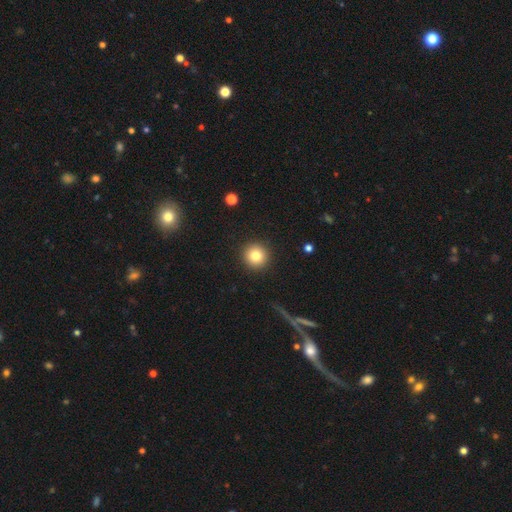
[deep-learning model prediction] smooth-or-featured: smooth: 82% | star or artifact: 10% | featured or disk: 8%
  how-rounded: round: 95% | in between: 4% | cigar-shaped: 1%
  merging: none: 92% | minor disturbance: 5% | major disturbance: 2% | merger: 1%